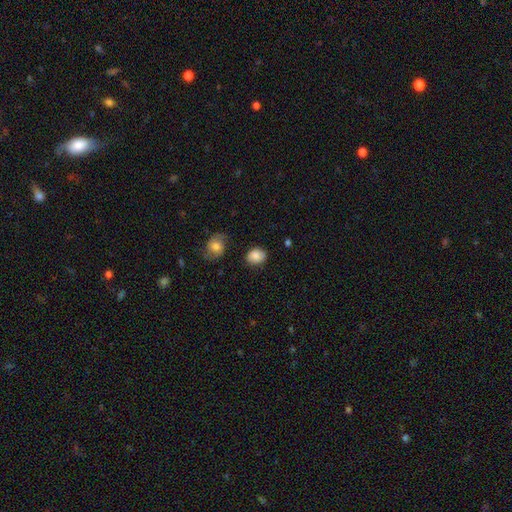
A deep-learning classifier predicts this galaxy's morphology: A smooth galaxy with no disk features (81%) that is round (56%).

Vote fractions:
- Smooth or featured? smooth: 81% / featured or disk: 11% / star or artifact: 8%
- How rounded? round: 56% / in between: 43% / cigar-shaped: 1%
- Merging? none: 75% / minor disturbance: 18% / major disturbance: 4% / merger: 3%